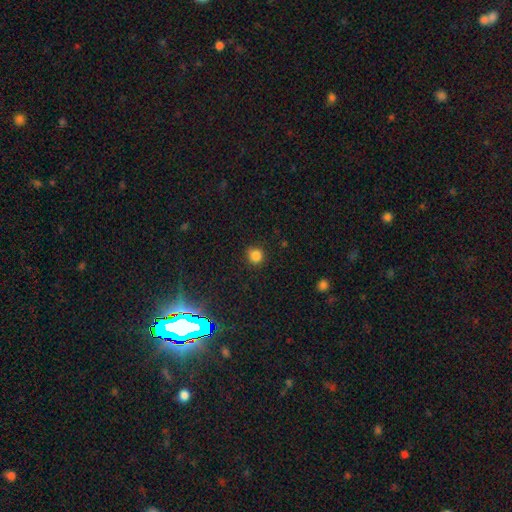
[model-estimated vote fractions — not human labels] Smooth or featured? Predicted: smooth (p=0.82). How rounded? Predicted: round (p=0.89). Merging? Predicted: none (p=0.85).